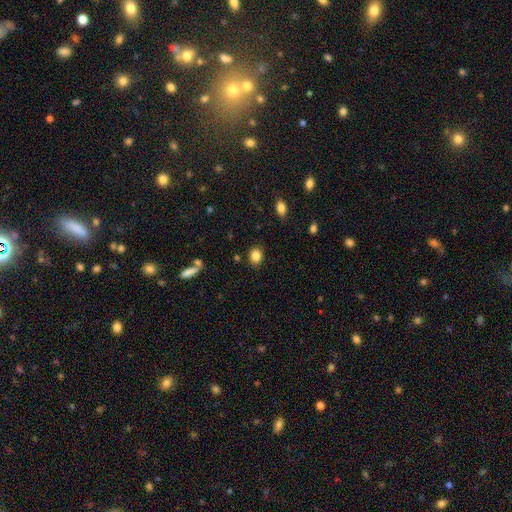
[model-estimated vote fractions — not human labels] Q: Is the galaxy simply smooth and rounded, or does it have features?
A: smooth — 86%.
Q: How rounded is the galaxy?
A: round — 50%.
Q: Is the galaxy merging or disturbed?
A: none — 86%.